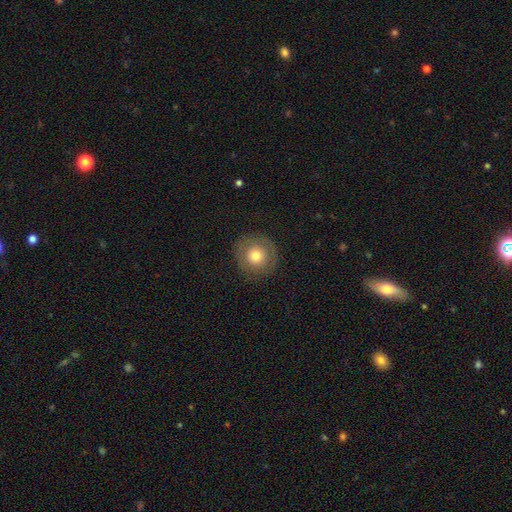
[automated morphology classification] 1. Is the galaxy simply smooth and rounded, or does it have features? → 69% smooth, 21% featured or disk, 10% star or artifact.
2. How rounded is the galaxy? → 94% round, 5% in between, 1% cigar-shaped.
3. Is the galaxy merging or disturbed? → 87% none, 9% minor disturbance, 4% major disturbance, 1% merger.